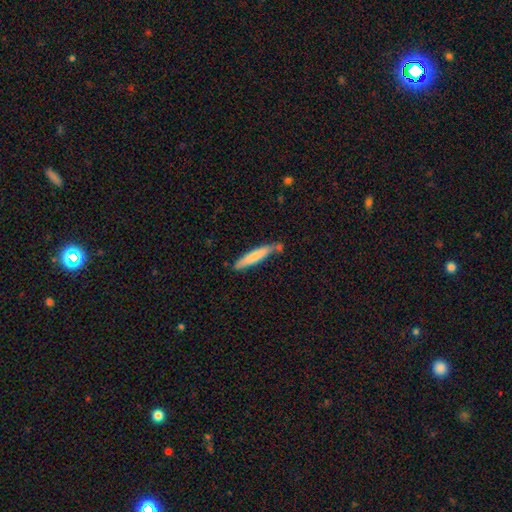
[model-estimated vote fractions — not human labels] Smooth or featured? Predicted: smooth (p=0.73). How rounded? Predicted: cigar-shaped (p=0.92). Merging? Predicted: none (p=0.68).